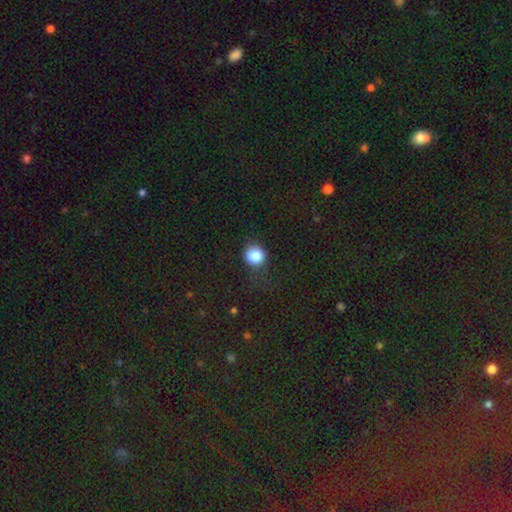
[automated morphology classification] smooth-or-featured: smooth: 85% | star or artifact: 10% | featured or disk: 5%
  how-rounded: round: 86% | in between: 13% | cigar-shaped: 1%
  merging: none: 79% | minor disturbance: 14% | major disturbance: 6% | merger: 1%